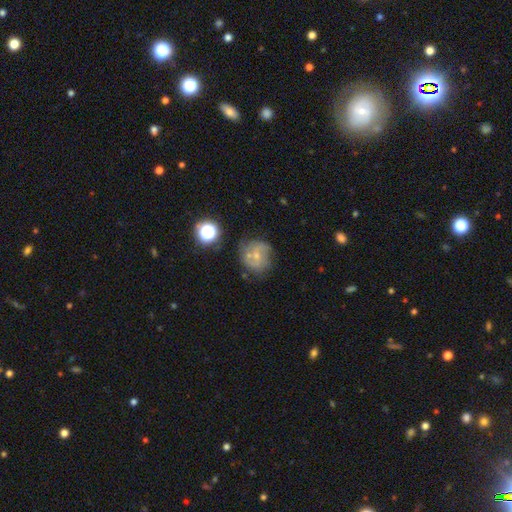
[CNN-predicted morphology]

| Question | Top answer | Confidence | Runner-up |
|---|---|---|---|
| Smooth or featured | featured or disk | 57% | smooth (31%) |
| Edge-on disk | no | 98% | yes (2%) |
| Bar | no | 62% | weak (31%) |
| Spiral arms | yes | 79% | no (21%) |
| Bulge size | small | 59% | moderate (33%) |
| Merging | none | 55% | minor disturbance (23%) |